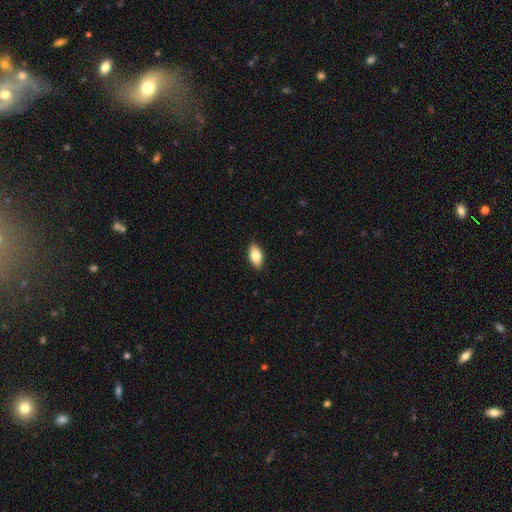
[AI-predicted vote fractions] smooth_or_featured: smooth (p=0.82) [alt: featured or disk p=0.12]
how_rounded: in between (p=0.91) [alt: cigar-shaped p=0.05]
merging: none (p=0.89) [alt: minor disturbance p=0.08]